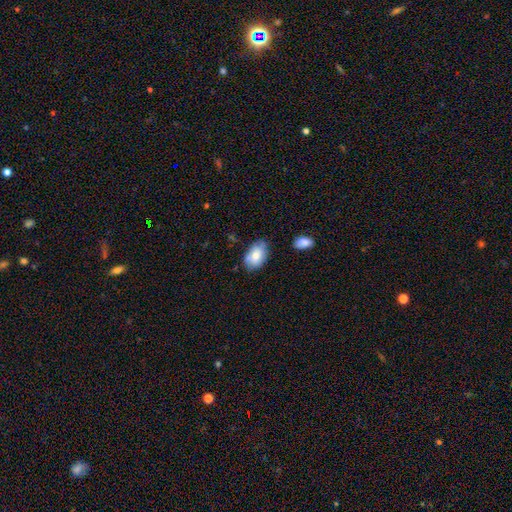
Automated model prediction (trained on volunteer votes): A smooth galaxy with no disk features (71%) that is in between round and cigar-shaped (89%).

Vote fractions:
- Smooth or featured? smooth: 71% / featured or disk: 22% / star or artifact: 7%
- How rounded? in between: 89% / round: 9% / cigar-shaped: 1%
- Merging? none: 66% / minor disturbance: 26% / major disturbance: 5% / merger: 3%